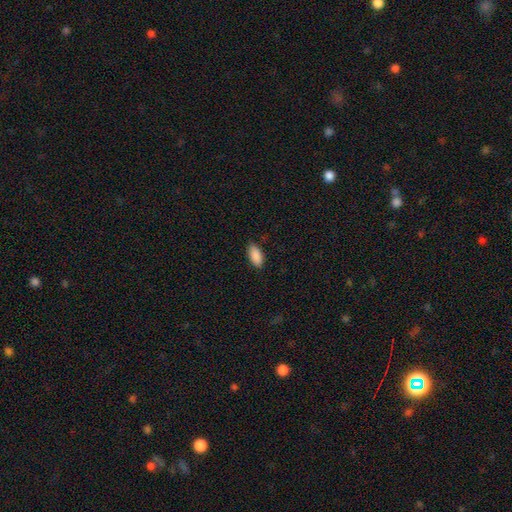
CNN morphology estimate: The model was most divided on "merging": none: 85%, minor disturbance: 12%, major disturbance: 2%, merger: 1%. More confident: how rounded — in between (90%); smooth or featured — smooth (90%).